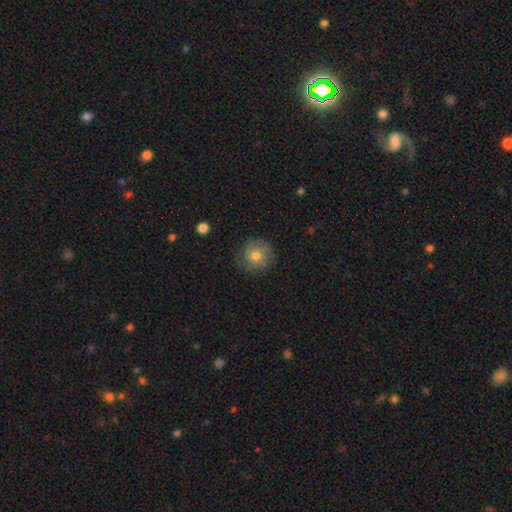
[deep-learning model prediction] Overall: smooth (73%). How rounded: round (93%). Merging: none (77%).